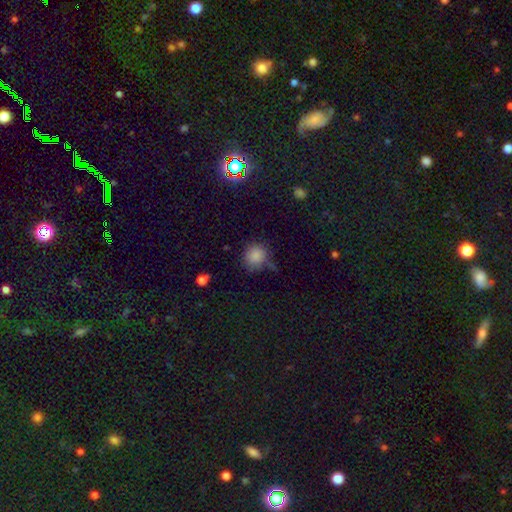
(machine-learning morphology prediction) Smooth or featured?
  - smooth: 85% *
  - star or artifact: 10%
  - featured or disk: 5%
How rounded?
  - round: 83% *
  - in between: 16%
  - cigar-shaped: 1%
Merging?
  - none: 65% *
  - minor disturbance: 22%
  - major disturbance: 8%
  - merger: 5%